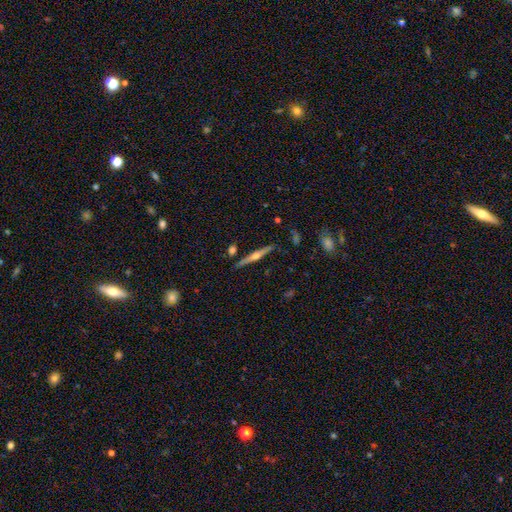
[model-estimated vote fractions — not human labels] Smooth or featured: featured or disk — 73% (smooth — 21%)
Edge-on disk: yes — 98% (no — 2%)
Edge-on bulge: rounded — 90% (boxy — 5%)
Merging: none — 87% (minor disturbance — 8%)